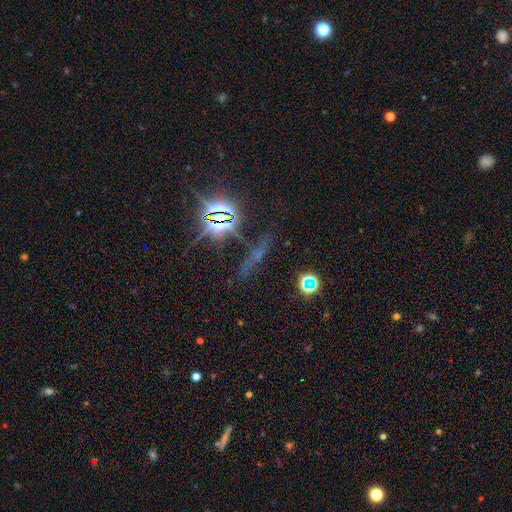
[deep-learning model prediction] smooth-or-featured: star or artifact: 60% | smooth: 20% | featured or disk: 19%